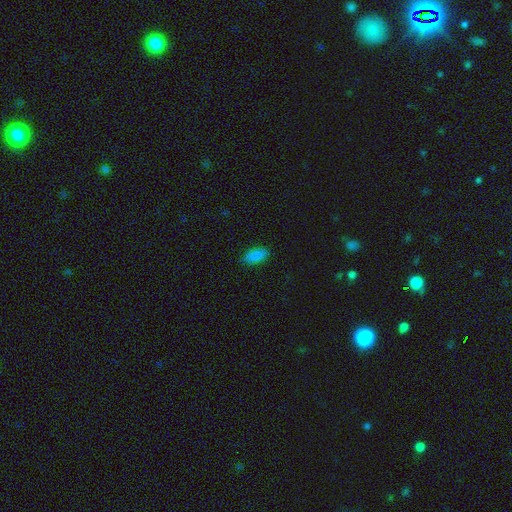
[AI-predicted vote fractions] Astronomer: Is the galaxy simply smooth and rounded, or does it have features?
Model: smooth — 88%.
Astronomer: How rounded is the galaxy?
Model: in between — 91%.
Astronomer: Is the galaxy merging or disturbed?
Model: none — 87%.